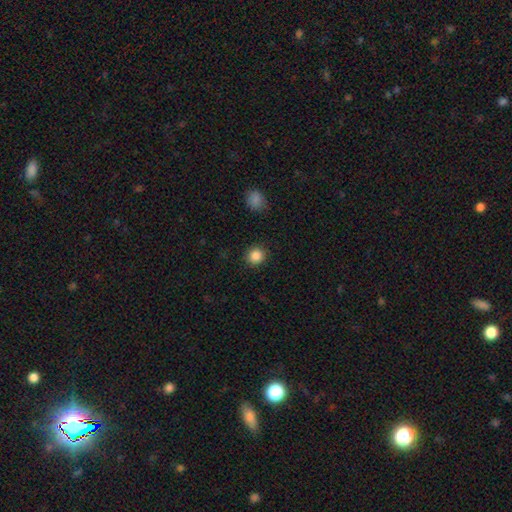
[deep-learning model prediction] This appears to be a smooth galaxy with no disk features (87%) that is round (89%). Merging: none (90%).